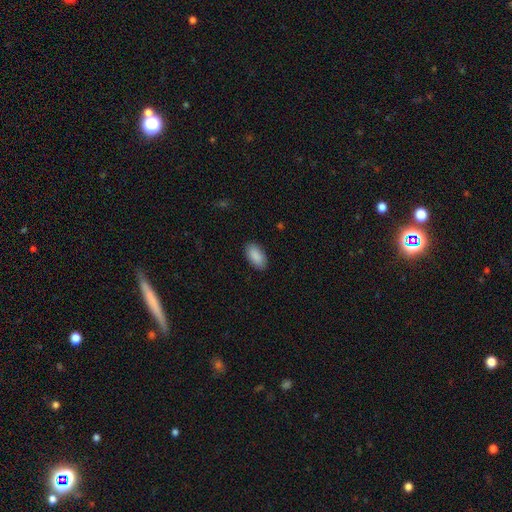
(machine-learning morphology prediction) smooth 90%, star or artifact 6%, featured or disk 3%. Down the decision tree: how rounded — in between (95%); merging — none (88%).